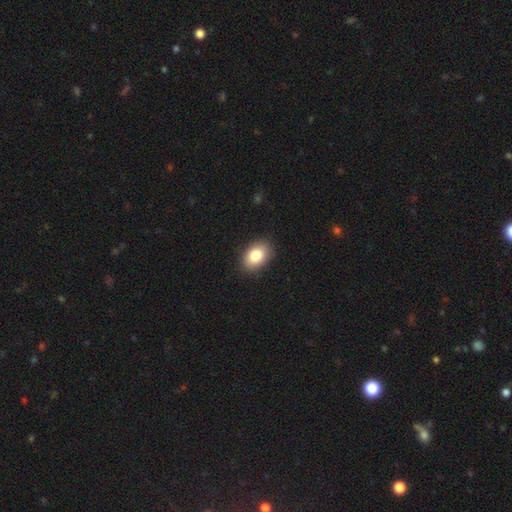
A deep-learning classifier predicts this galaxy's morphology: smooth-or-featured: smooth: 84% | featured or disk: 9% | star or artifact: 8%
  how-rounded: in between: 84% | round: 15% | cigar-shaped: 1%
  merging: none: 88% | minor disturbance: 9% | major disturbance: 2% | merger: 1%